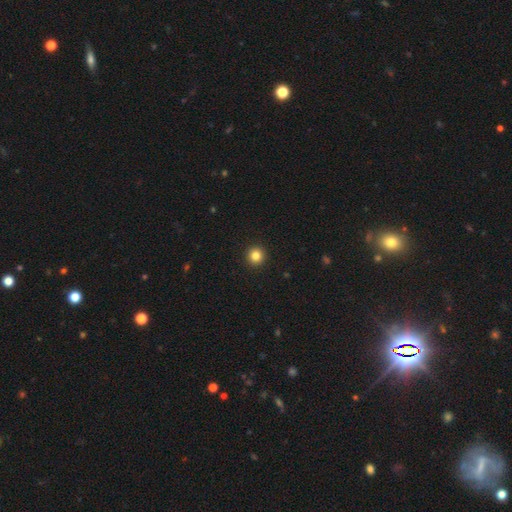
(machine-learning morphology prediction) This is clearly a smooth galaxy (84%). How rounded: clearly round (95%). Merging: clearly none (94%).